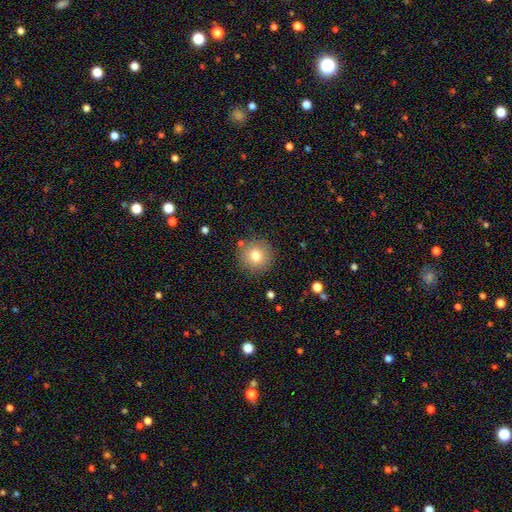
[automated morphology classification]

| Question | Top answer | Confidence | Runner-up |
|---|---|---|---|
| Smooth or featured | smooth | 77% | star or artifact (12%) |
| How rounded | round | 95% | in between (4%) |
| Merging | none | 87% | minor disturbance (8%) |